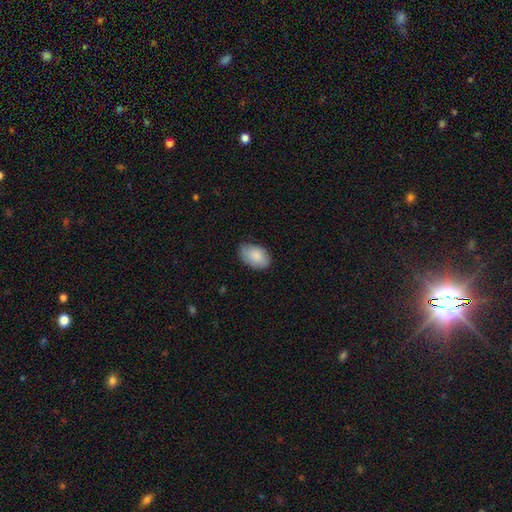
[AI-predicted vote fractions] Smooth or featured? smooth (86%)
How rounded? in between (90%)
Merging? none (69%)